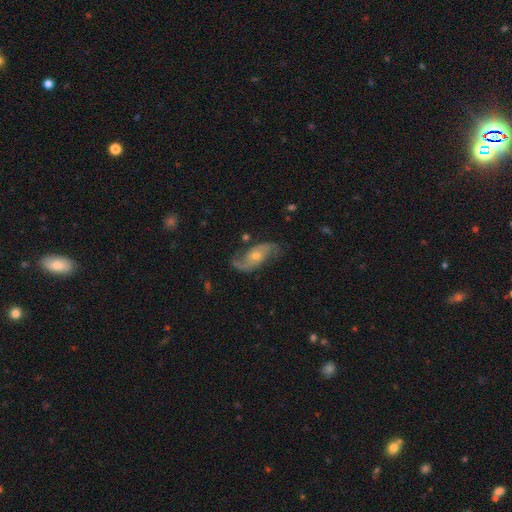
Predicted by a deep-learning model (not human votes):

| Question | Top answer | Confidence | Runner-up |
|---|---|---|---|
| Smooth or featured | featured or disk | 83% | smooth (10%) |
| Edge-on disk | no | 95% | yes (5%) |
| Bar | no | 64% | weak (28%) |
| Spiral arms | yes | 94% | no (6%) |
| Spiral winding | loose | 47% | medium (39%) |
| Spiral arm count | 2 | 88% | can't tell (4%) |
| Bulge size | moderate | 48% | small (47%) |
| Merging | none | 71% | minor disturbance (18%) |